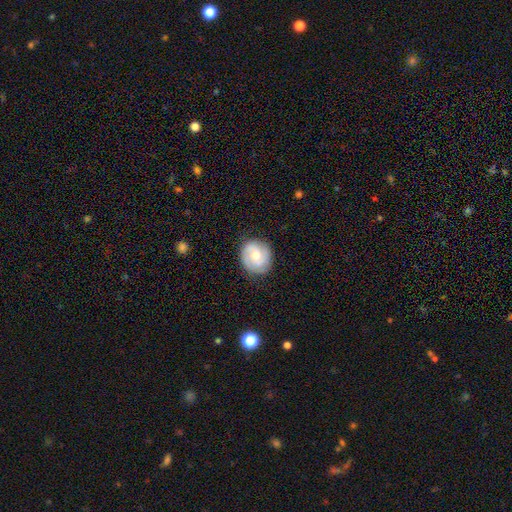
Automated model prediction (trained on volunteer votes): Q: Smooth or featured?
A: featured or disk (65%); runner-up: smooth (29%)
Q: Edge-on disk?
A: no (98%); runner-up: yes (2%)
Q: Bar?
A: no (52%); runner-up: weak (40%)
Q: Spiral arms?
A: yes (91%); runner-up: no (9%)
Q: Spiral winding?
A: tight (47%); runner-up: medium (40%)
Q: Spiral arm count?
A: 2 (58%); runner-up: 3 (17%)
Q: Bulge size?
A: moderate (59%); runner-up: small (34%)
Q: Merging?
A: none (81%); runner-up: minor disturbance (14%)